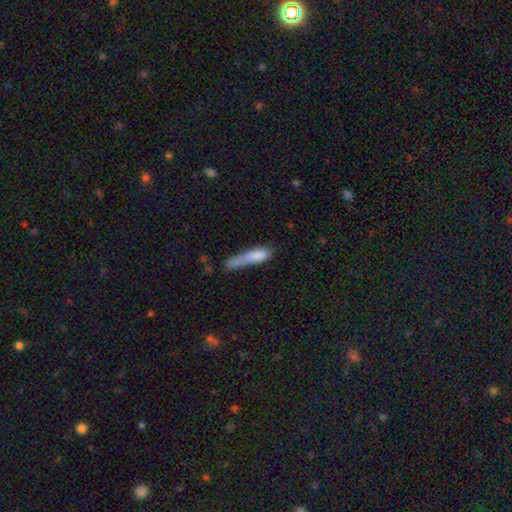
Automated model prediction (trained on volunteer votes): smooth-or-featured: smooth: 71% | featured or disk: 21% | star or artifact: 9%
  how-rounded: cigar-shaped: 80% | in between: 17% | round: 2%
  merging: none: 34% | minor disturbance: 28% | major disturbance: 22% | merger: 17%